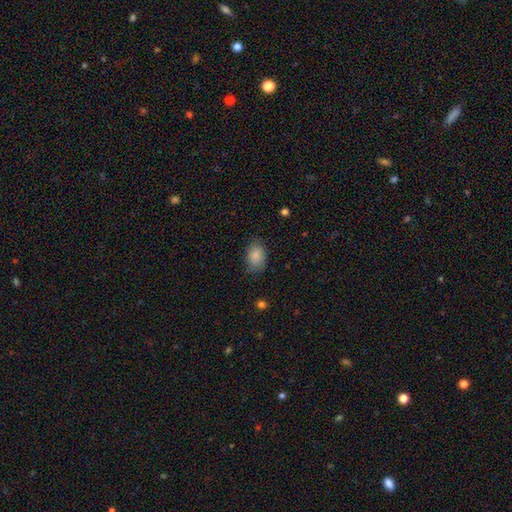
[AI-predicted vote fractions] Smooth or featured: smooth — 86% (star or artifact — 8%)
How rounded: in between — 83% (round — 16%)
Merging: none — 74% (minor disturbance — 21%)